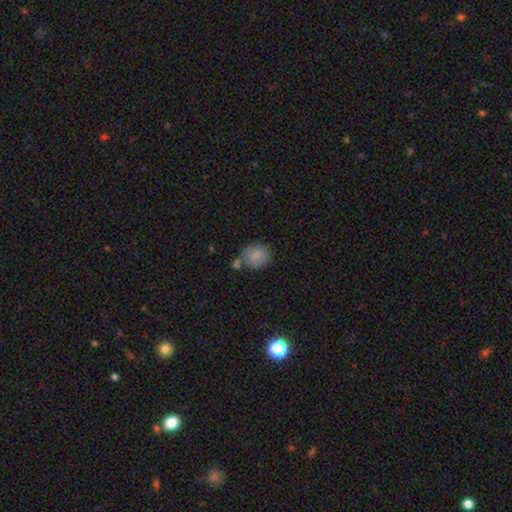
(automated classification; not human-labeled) The model was most divided on "how rounded": round: 58%, in between: 41%, cigar-shaped: 1%. More confident: smooth or featured — smooth (84%); merging — none (55%).